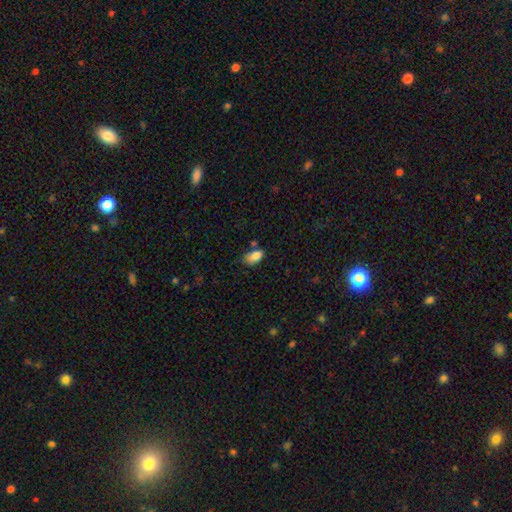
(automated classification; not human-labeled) Morphology: type=smooth (81%); roundness=in between (90%); merging=none (42%).